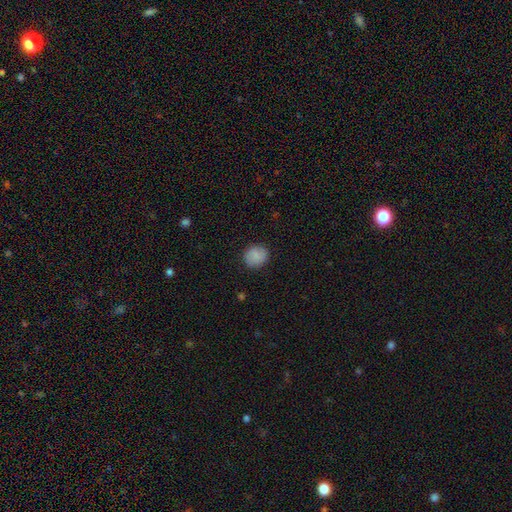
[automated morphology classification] Smooth or featured?
  - smooth: 83% *
  - featured or disk: 10%
  - star or artifact: 8%
How rounded?
  - round: 79% *
  - in between: 20%
  - cigar-shaped: 1%
Merging?
  - none: 86% *
  - minor disturbance: 10%
  - major disturbance: 3%
  - merger: 1%